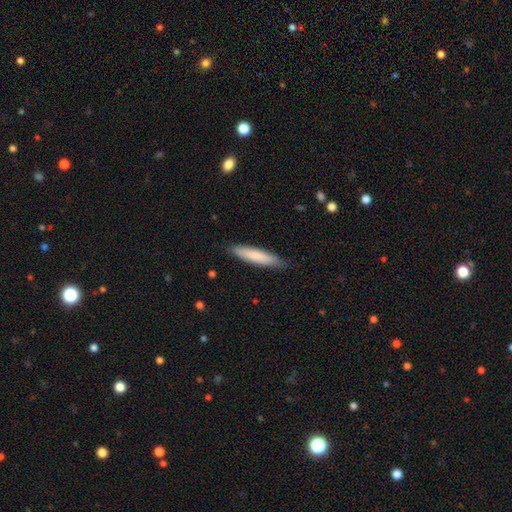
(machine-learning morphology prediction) type=smooth (80%); roundness=cigar-shaped (85%); merging=none (86%).